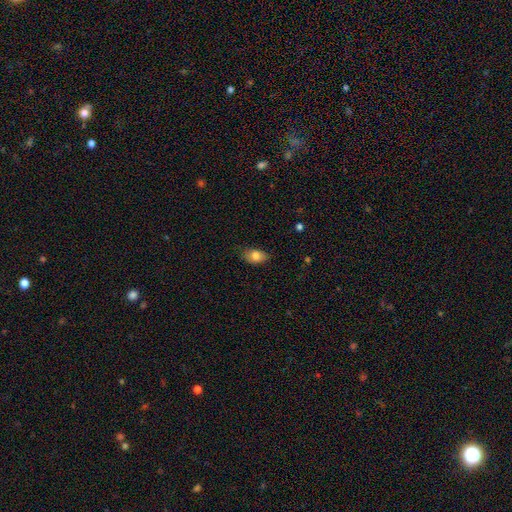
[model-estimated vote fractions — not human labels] Smooth or featured? smooth (81%)
How rounded? in between (88%)
Merging? none (79%)